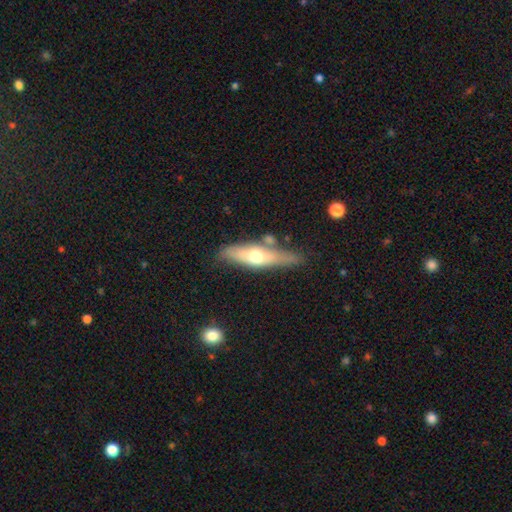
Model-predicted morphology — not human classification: smooth_or_featured: featured or disk (p=0.51) [alt: smooth p=0.43]
disk_edge_on: yes (p=0.79) [alt: no p=0.21]
merging: none (p=0.66) [alt: minor disturbance p=0.19]